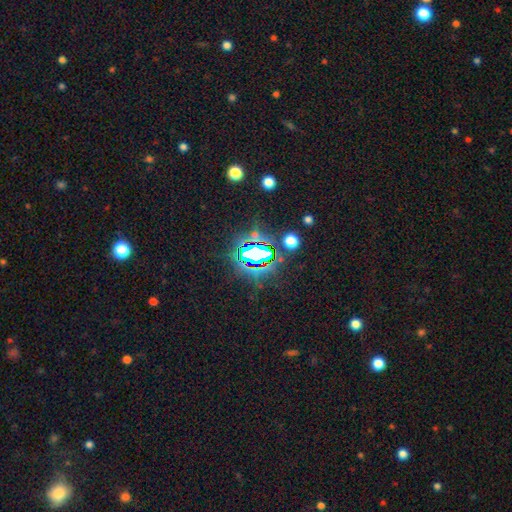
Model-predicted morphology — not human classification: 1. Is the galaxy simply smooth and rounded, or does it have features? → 73% star or artifact, 16% smooth, 11% featured or disk.